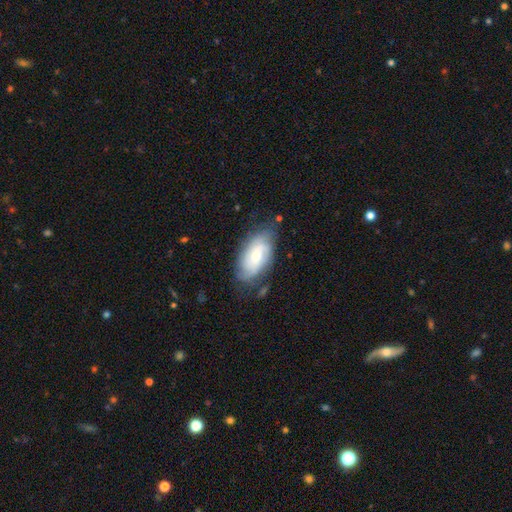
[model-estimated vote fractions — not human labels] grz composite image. It shows a featured or disk galaxy (61%) with no bar (60%), spiral arms (88%) and a moderate central bulge (46%, tied with small). Merging: none (71%).